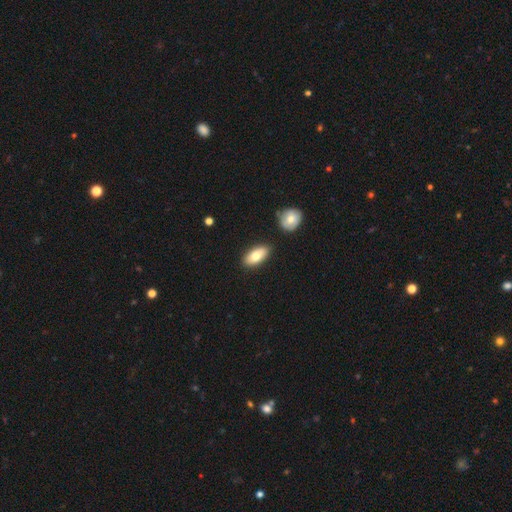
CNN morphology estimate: Smooth or featured? Predicted: smooth (p=0.76). How rounded? Predicted: in between (p=0.90). Merging? Predicted: none (p=0.83).